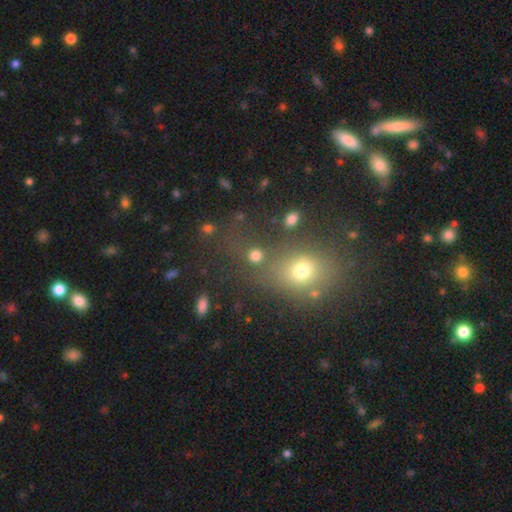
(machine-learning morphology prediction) smooth 75%, star or artifact 18%, featured or disk 7%. Down the decision tree: how rounded — round (83%); merging — none (63%).